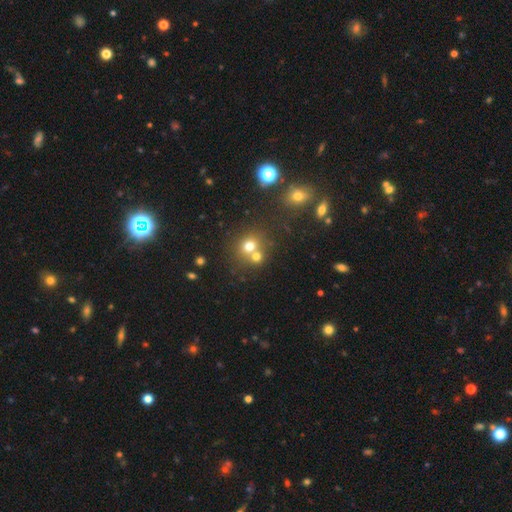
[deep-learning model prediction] This appears to be a smooth galaxy with no disk features (58%) that is round (83%). Merging: none (55%).